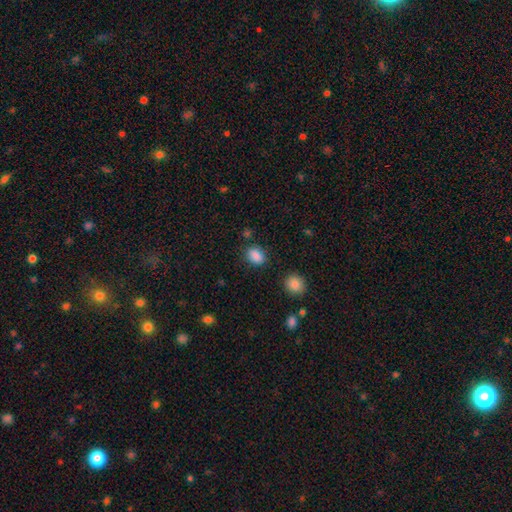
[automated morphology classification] type=smooth (87%); roundness=in between (71%); merging=none (81%).